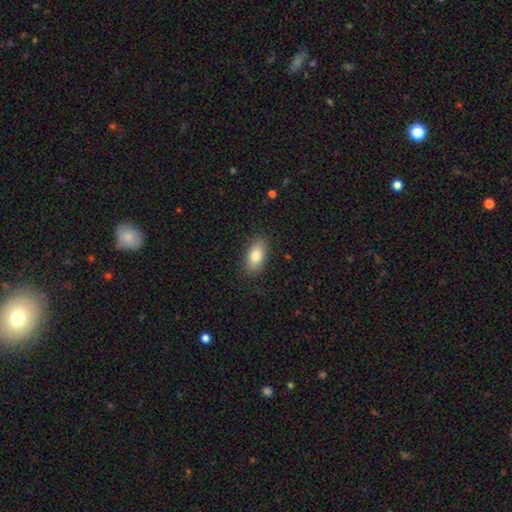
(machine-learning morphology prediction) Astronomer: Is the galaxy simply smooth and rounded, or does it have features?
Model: smooth — 82%.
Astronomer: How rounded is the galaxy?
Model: in between — 90%.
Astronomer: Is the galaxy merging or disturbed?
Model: none — 85%.